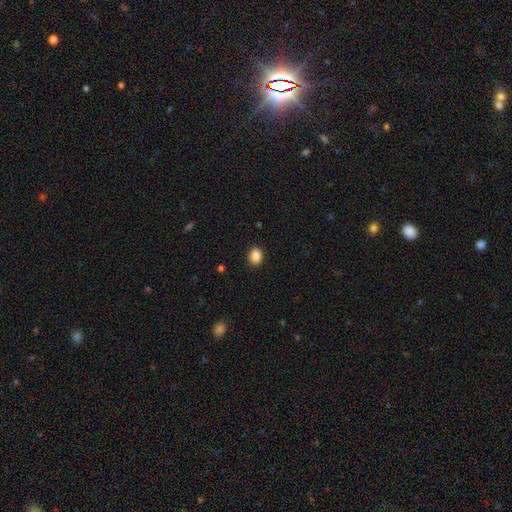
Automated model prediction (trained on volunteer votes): Smooth or featured? Predicted: smooth (p=0.88). How rounded? Predicted: in between (p=0.67). Merging? Predicted: none (p=0.89).